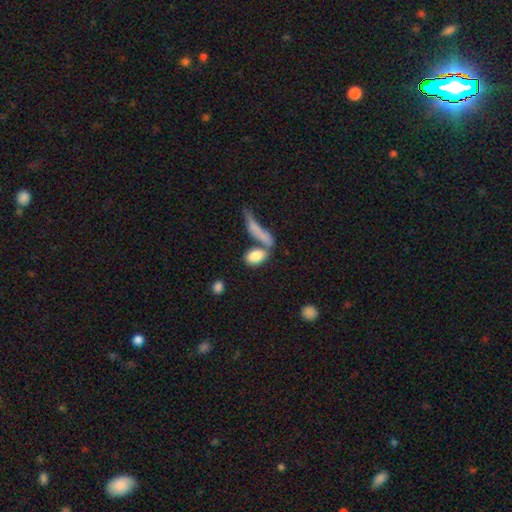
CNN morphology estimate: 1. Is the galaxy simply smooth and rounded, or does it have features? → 82% smooth, 11% featured or disk, 7% star or artifact.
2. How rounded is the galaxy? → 81% in between, 10% cigar-shaped, 9% round.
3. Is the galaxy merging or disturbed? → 47% none, 32% merger, 13% minor disturbance, 8% major disturbance.